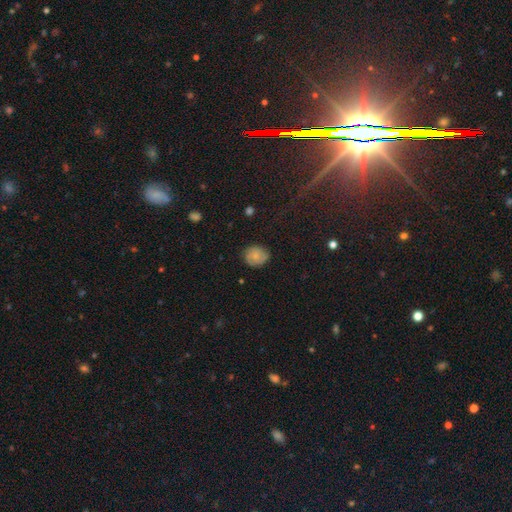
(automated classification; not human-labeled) Smooth or featured? smooth (63%)
How rounded? round (66%)
Merging? none (77%)